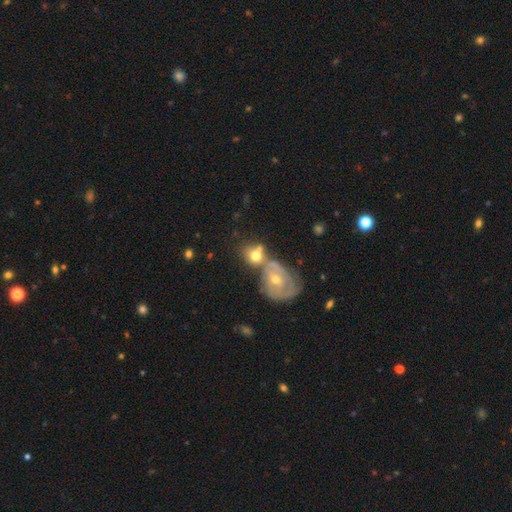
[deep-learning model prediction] smooth-or-featured: smooth: 58% | featured or disk: 33% | star or artifact: 9%
  how-rounded: round: 60% | in between: 38% | cigar-shaped: 1%
  merging: merger: 52% | none: 30% | minor disturbance: 12% | major disturbance: 7%